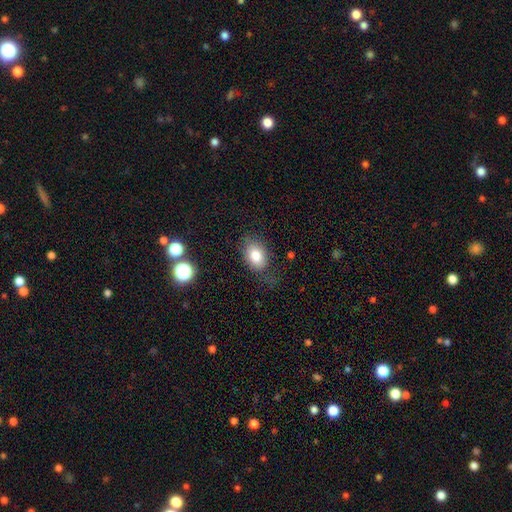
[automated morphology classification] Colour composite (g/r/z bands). It shows a smooth galaxy with no disk features (80%) that is in between round and cigar-shaped (81%). Merging: none (70%).